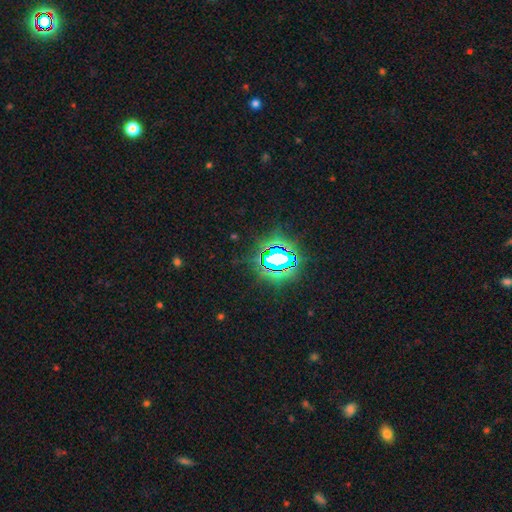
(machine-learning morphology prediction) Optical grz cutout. It shows a star or artifact, not a galaxy (80%).